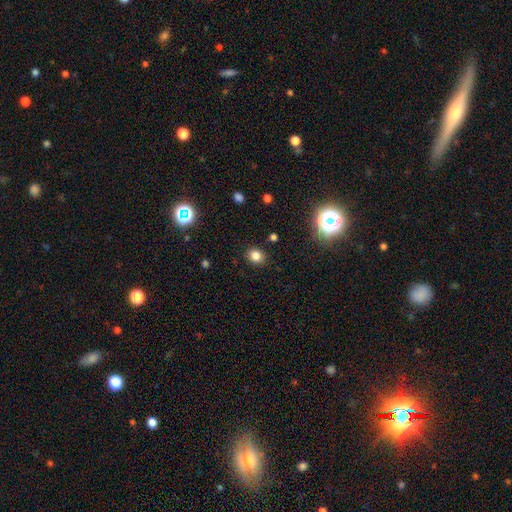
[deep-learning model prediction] Smooth or featured? Predicted: smooth (p=0.81). How rounded? Predicted: round (p=0.63). Merging? Predicted: none (p=0.88).